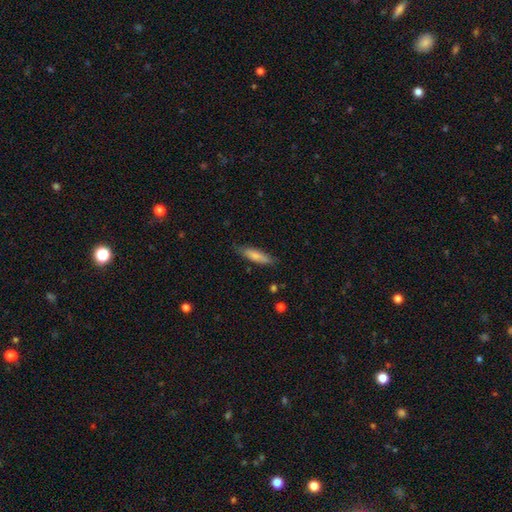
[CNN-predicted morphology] Smooth or featured?
  - smooth: 79% *
  - featured or disk: 16%
  - star or artifact: 6%
How rounded?
  - cigar-shaped: 68% *
  - in between: 31%
  - round: 2%
Merging?
  - none: 81% *
  - minor disturbance: 15%
  - major disturbance: 3%
  - merger: 1%